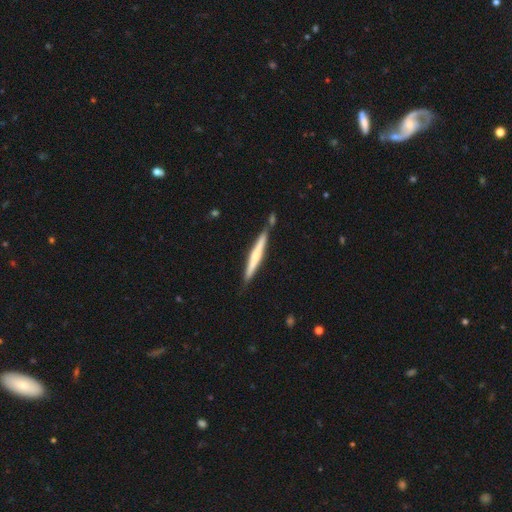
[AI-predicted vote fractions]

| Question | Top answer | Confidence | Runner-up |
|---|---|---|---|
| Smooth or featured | featured or disk | 50% | smooth (45%) |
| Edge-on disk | yes | 96% | no (4%) |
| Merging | none | 77% | minor disturbance (12%) |